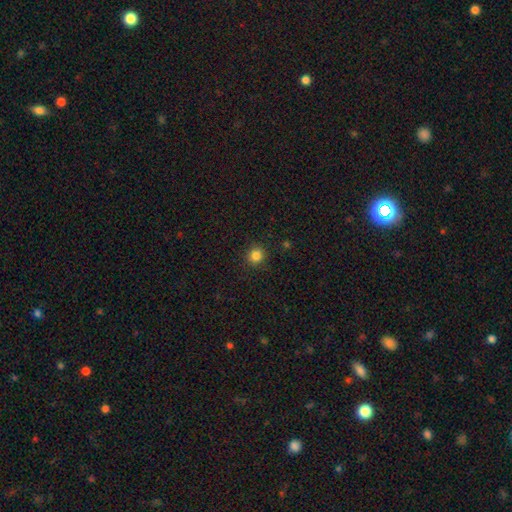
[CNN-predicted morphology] This is clearly a smooth galaxy (84%). How rounded: clearly round (91%). Merging: clearly none (90%).